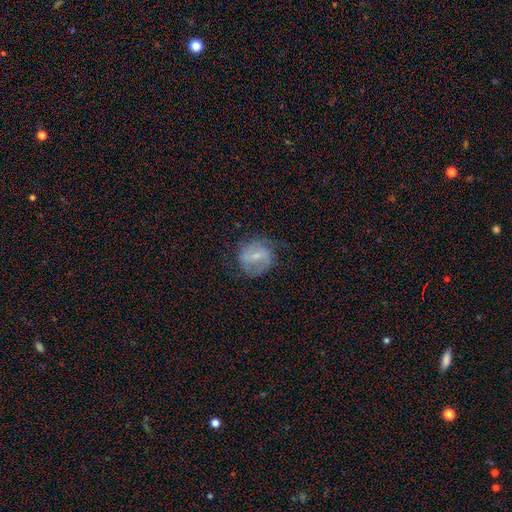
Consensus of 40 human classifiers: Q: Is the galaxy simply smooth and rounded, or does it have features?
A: featured or disk — 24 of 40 (60%).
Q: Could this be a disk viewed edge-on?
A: no — 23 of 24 (96%).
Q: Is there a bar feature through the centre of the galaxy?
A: weak — 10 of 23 (43%).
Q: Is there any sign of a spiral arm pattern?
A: yes — 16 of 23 (70%).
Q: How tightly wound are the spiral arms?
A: loose — 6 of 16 (38%).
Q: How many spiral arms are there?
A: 2 — 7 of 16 (44%).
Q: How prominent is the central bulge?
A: small — 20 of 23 (87%).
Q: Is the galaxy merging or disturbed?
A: minor disturbance — 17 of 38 (45%).